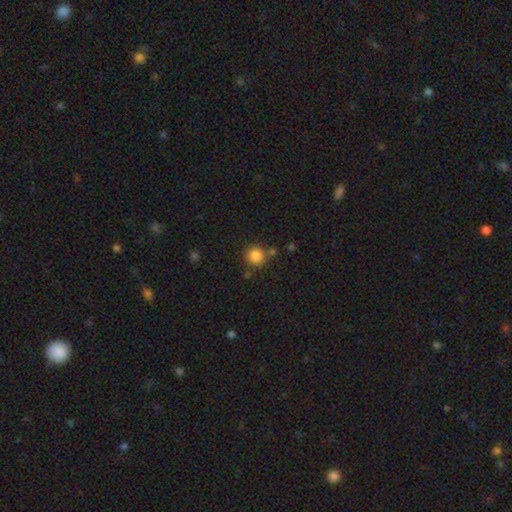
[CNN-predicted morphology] The model was most divided on "merging": none: 80%, minor disturbance: 9%, merger: 8%, major disturbance: 3%. More confident: how rounded — round (94%); smooth or featured — smooth (84%).